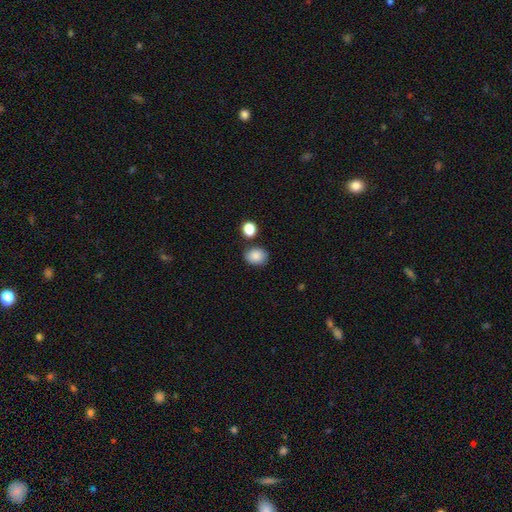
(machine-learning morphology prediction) This is clearly a smooth galaxy (87%). How rounded: possibly round (52%). Merging: likely none (78%).